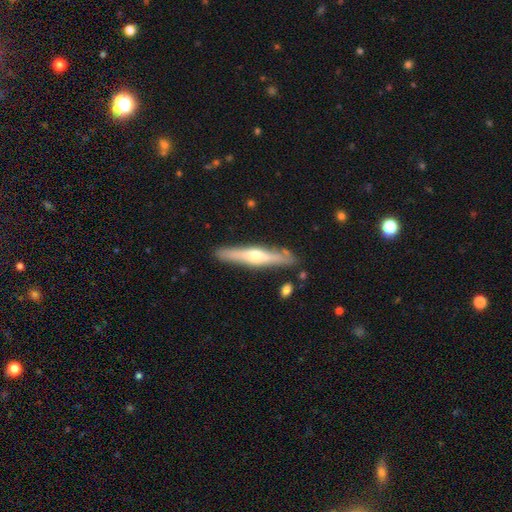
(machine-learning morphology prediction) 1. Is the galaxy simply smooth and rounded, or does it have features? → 59% featured or disk, 36% smooth, 5% star or artifact.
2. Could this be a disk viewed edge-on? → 94% yes, 6% no.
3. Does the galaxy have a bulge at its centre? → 86% rounded, 10% none, 4% boxy.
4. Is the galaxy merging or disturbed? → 85% none, 10% minor disturbance, 3% merger, 2% major disturbance.